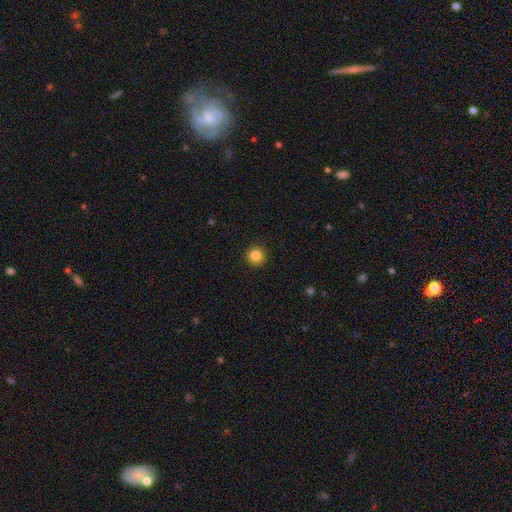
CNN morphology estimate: type=smooth (84%); roundness=round (95%); merging=none (93%).